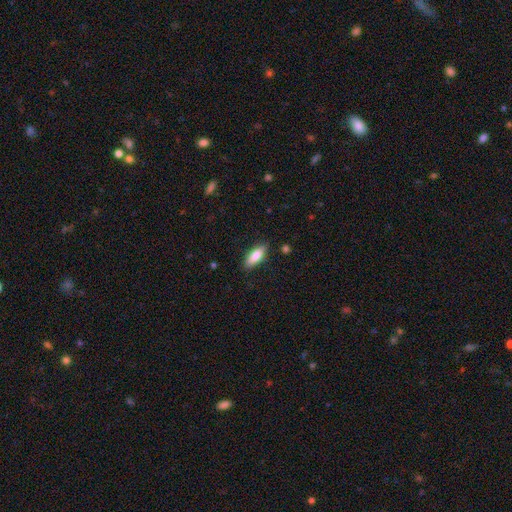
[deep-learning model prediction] Smooth or featured? smooth (82%)
How rounded? in between (65%)
Merging? none (85%)